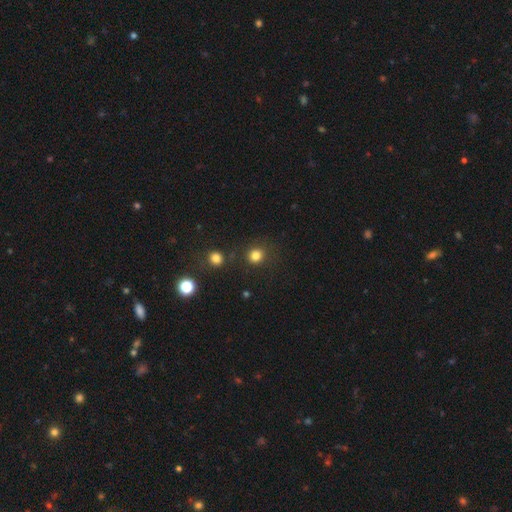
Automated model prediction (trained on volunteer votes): Overall: smooth (81%). How rounded: round (87%). Merging: none (84%).